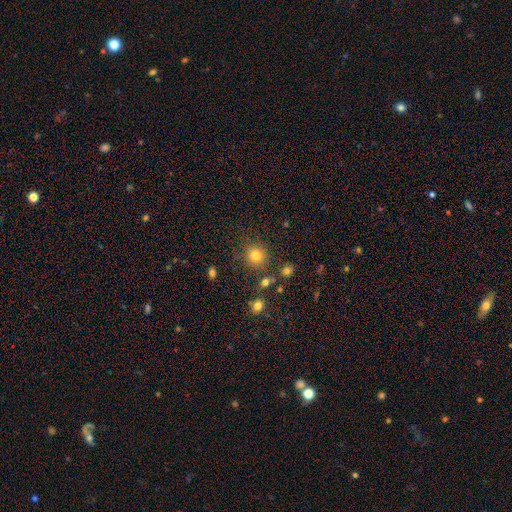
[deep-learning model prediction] Smooth or featured? smooth (78%)
How rounded? round (88%)
Merging? none (82%)